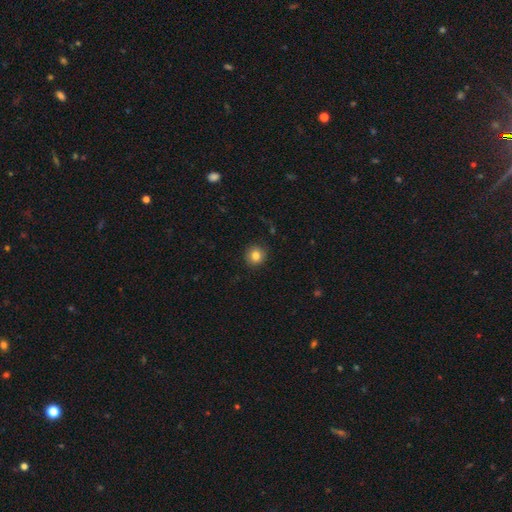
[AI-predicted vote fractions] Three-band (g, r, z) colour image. It shows a smooth galaxy with no disk features (84%) that is round (89%). Merging: none (89%).